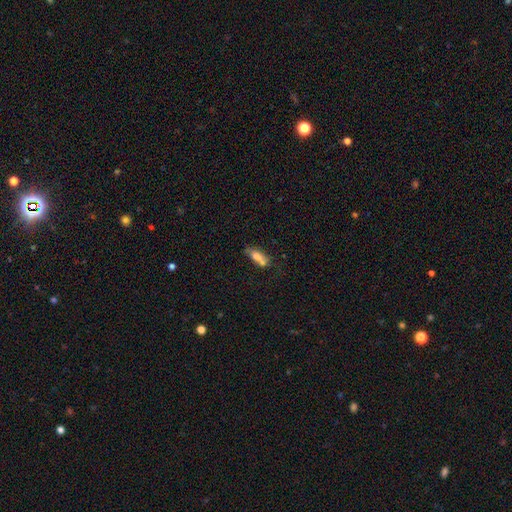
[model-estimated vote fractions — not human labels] Morphology: type=smooth (72%); roundness=in between (70%); merging=none (40%).